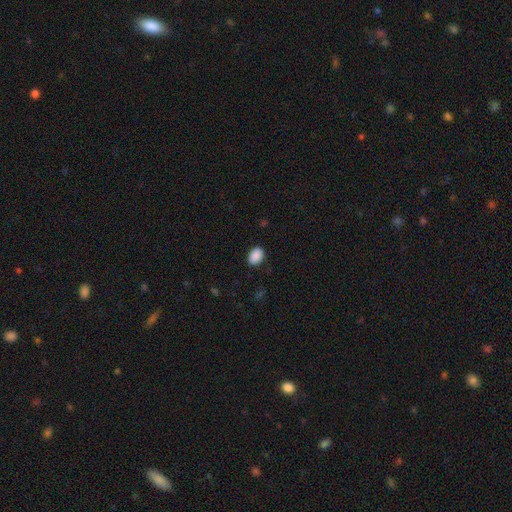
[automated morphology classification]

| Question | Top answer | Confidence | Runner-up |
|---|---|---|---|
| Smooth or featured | smooth | 90% | star or artifact (8%) |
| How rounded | in between | 80% | round (19%) |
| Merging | none | 87% | minor disturbance (9%) |